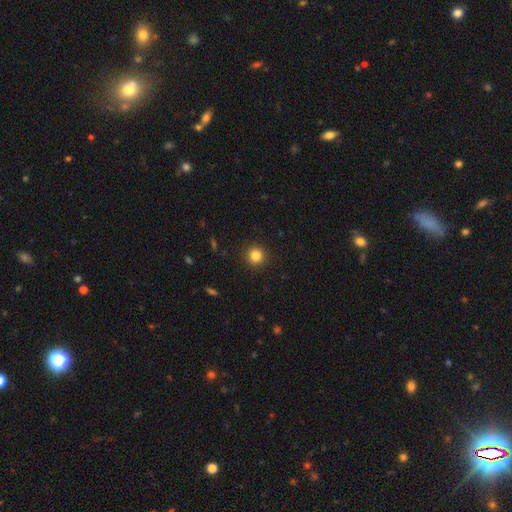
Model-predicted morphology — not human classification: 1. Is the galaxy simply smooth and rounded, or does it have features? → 83% smooth, 12% star or artifact, 5% featured or disk.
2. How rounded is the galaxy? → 94% round, 5% in between, 1% cigar-shaped.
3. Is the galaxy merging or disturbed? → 92% none, 5% minor disturbance, 2% major disturbance, 1% merger.